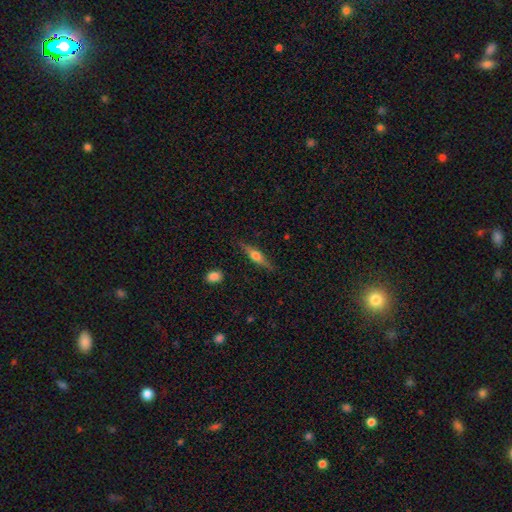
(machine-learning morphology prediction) A featured or disk galaxy (55%) viewed edge-on (95%) with a rounded central bulge (90%).

Vote fractions:
- Smooth or featured? featured or disk: 55% / smooth: 38% / star or artifact: 6%
- Edge-on disk? yes: 95% / no: 5%
- Edge-on bulge? rounded: 90% / boxy: 6% / none: 4%
- Merging? none: 85% / minor disturbance: 11% / major disturbance: 2% / merger: 1%